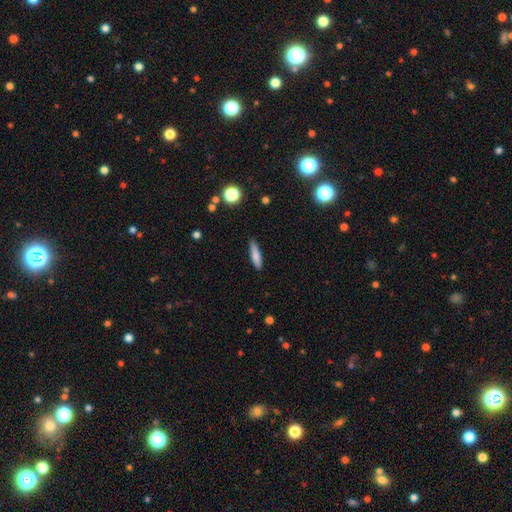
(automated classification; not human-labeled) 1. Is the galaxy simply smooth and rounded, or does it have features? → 79% smooth, 14% featured or disk, 7% star or artifact.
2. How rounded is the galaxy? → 78% cigar-shaped, 20% in between, 2% round.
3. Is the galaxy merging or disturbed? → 85% none, 11% minor disturbance, 2% major disturbance, 1% merger.